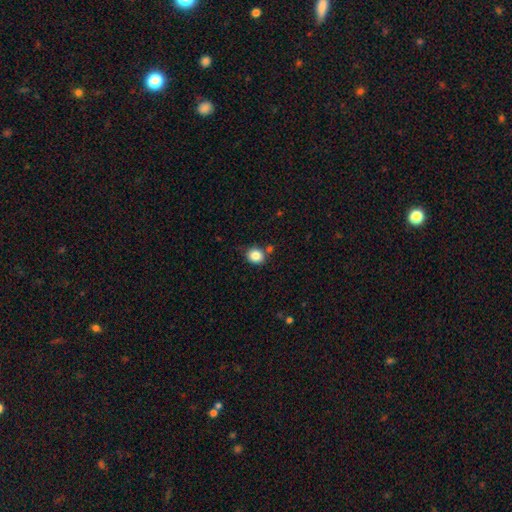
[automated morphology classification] This appears to be a smooth galaxy with no disk features (85%) that is round (72%). Merging: none (75%).